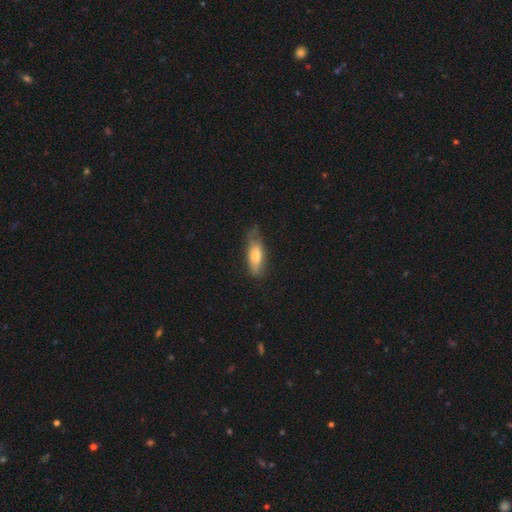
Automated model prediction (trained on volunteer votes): Q: Smooth or featured?
A: smooth (74%); runner-up: featured or disk (20%)
Q: How rounded?
A: in between (63%); runner-up: cigar-shaped (35%)
Q: Merging?
A: none (53%); runner-up: minor disturbance (34%)